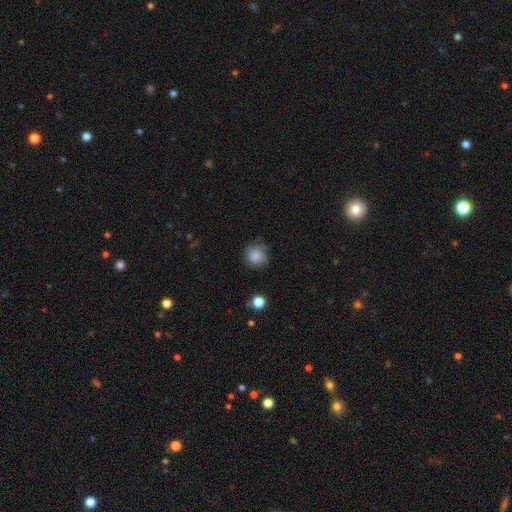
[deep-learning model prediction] Smooth or featured: smooth — 83% (star or artifact — 9%)
How rounded: round — 90% (in between — 9%)
Merging: none — 75% (minor disturbance — 18%)